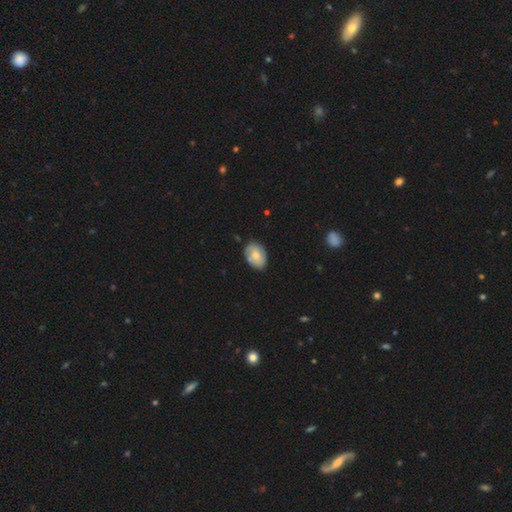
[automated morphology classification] smooth_or_featured: smooth (p=0.59) [alt: featured or disk p=0.34]
how_rounded: in between (p=0.79) [alt: round p=0.20]
merging: none (p=0.78) [alt: minor disturbance p=0.17]